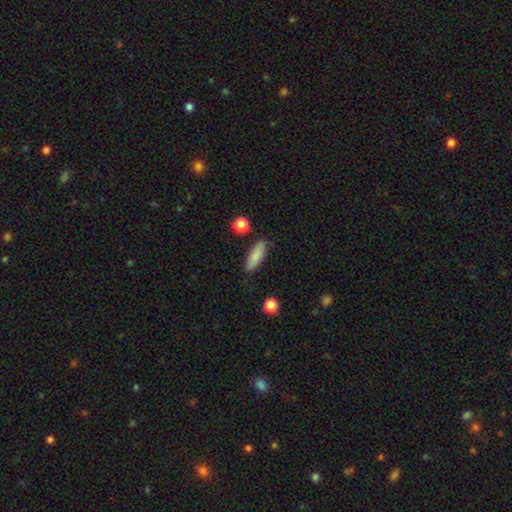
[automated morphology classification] Smooth or featured? Predicted: smooth (p=0.84). How rounded? Predicted: in between (p=0.55). Merging? Predicted: none (p=0.81).